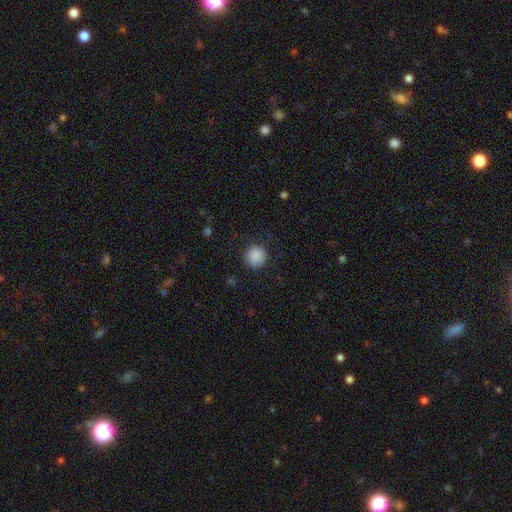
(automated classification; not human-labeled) Overall: smooth (89%). How rounded: round (94%). Merging: none (89%).